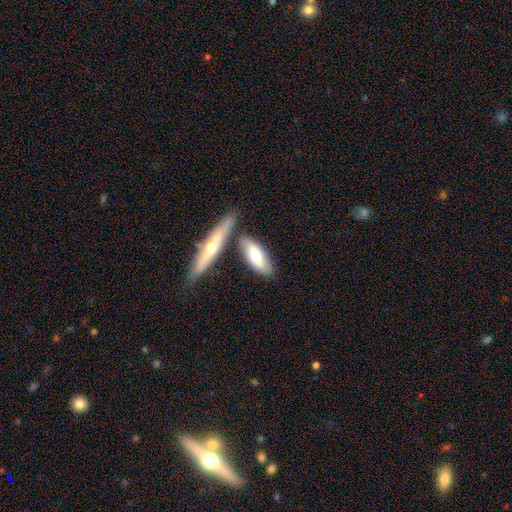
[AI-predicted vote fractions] A smooth galaxy with no disk features (63%) that is in between round and cigar-shaped (65%). Merging: none (67%).